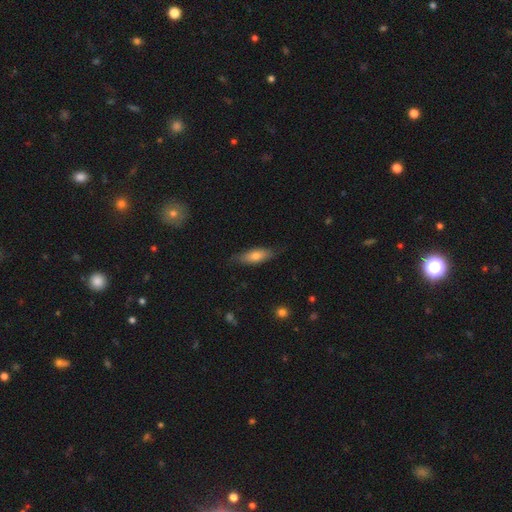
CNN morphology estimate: Overall: smooth (67%). How rounded: in between (63%; cigar-shaped 35%). Merging: none (74%).